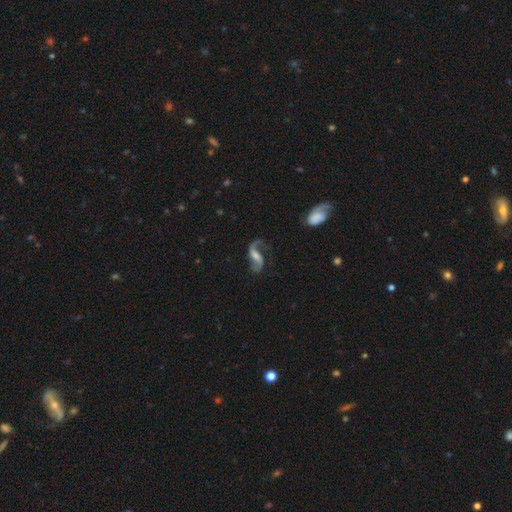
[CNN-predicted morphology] type=featured or disk (86%); edge-on=no (96%); bar=weak (42%); spiral arms=yes (95%); winding=loose (74%); arm count=2 (88%); bulge=small (42%); merging=none (65%).